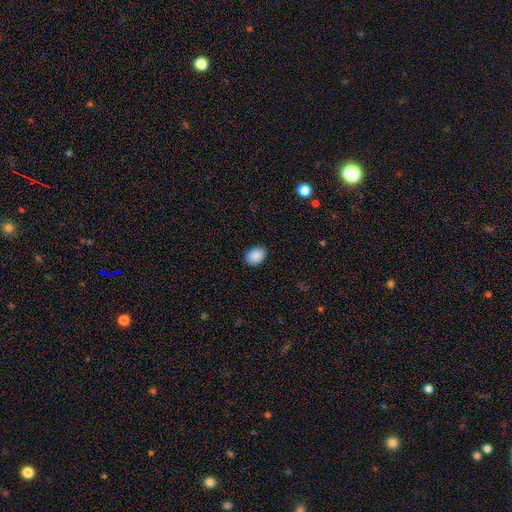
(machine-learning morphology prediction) Smooth or featured? smooth (90%)
How rounded? in between (73%)
Merging? none (88%)